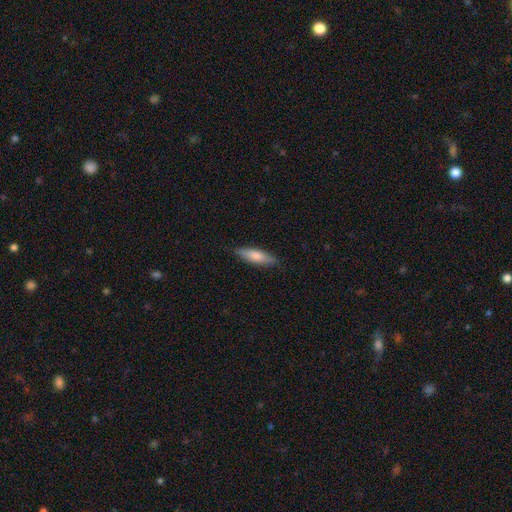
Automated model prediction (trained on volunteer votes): Q: Smooth or featured?
A: smooth (74%); runner-up: featured or disk (21%)
Q: How rounded?
A: cigar-shaped (58%); runner-up: in between (40%)
Q: Merging?
A: none (86%); runner-up: minor disturbance (11%)